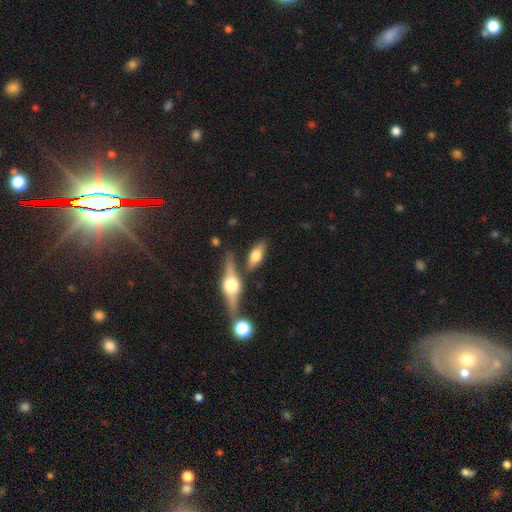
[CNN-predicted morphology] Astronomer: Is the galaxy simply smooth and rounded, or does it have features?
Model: featured or disk — 48% (runner-up: smooth, 45%).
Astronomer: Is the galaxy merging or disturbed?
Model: none — 73%.